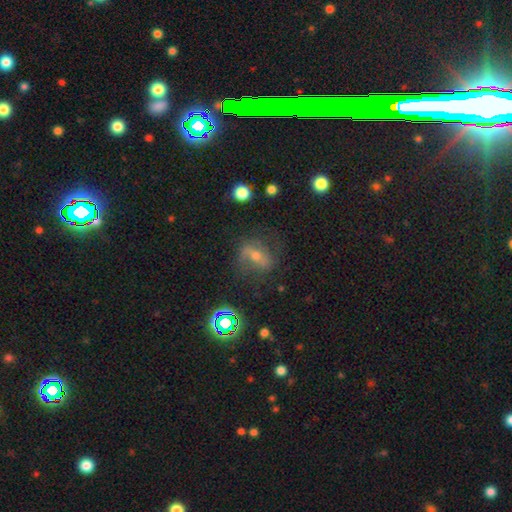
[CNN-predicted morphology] Smooth or featured?
  - featured or disk: 54% *
  - smooth: 27%
  - star or artifact: 20%
Edge-on disk?
  - no: 91% *
  - yes: 9%
Merging?
  - none: 65% *
  - minor disturbance: 19%
  - major disturbance: 14%
  - merger: 3%